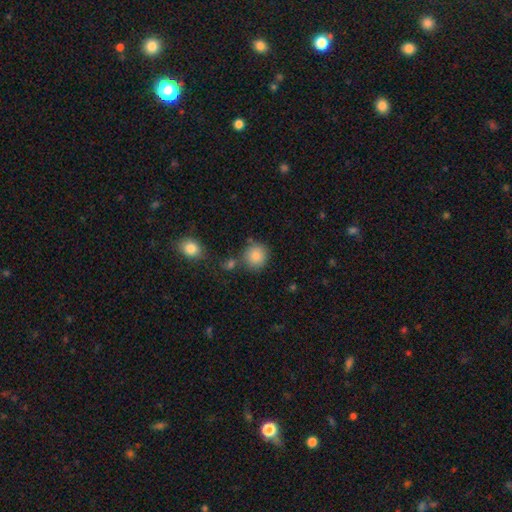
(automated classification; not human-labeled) Morphology: type=smooth (85%); roundness=round (89%); merging=none (76%).